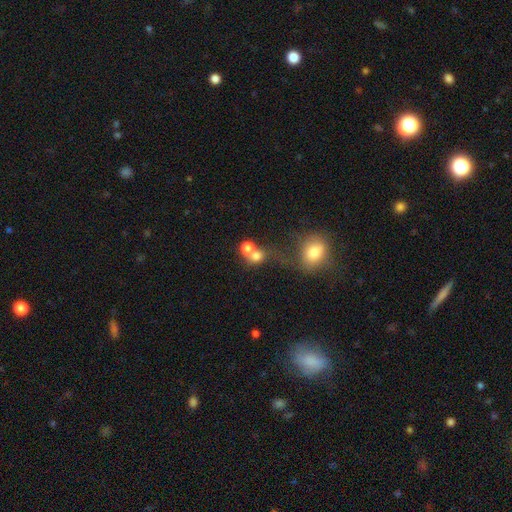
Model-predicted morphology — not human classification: A smooth galaxy with no disk features (74%) that is round (75%).

Vote fractions:
- Smooth or featured? smooth: 74% / star or artifact: 14% / featured or disk: 12%
- How rounded? round: 75% / in between: 23% / cigar-shaped: 1%
- Merging? merger: 50% / none: 35% / minor disturbance: 8% / major disturbance: 6%